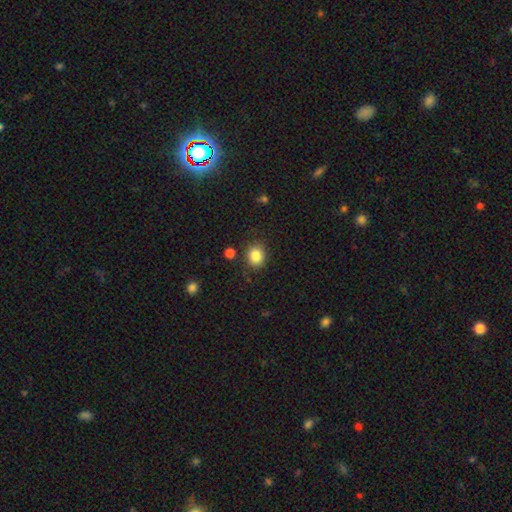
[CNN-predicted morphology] Smooth or featured?
  - smooth: 85% *
  - star or artifact: 10%
  - featured or disk: 5%
How rounded?
  - round: 68% *
  - in between: 31%
  - cigar-shaped: 1%
Merging?
  - none: 83% *
  - minor disturbance: 10%
  - merger: 3%
  - major disturbance: 3%